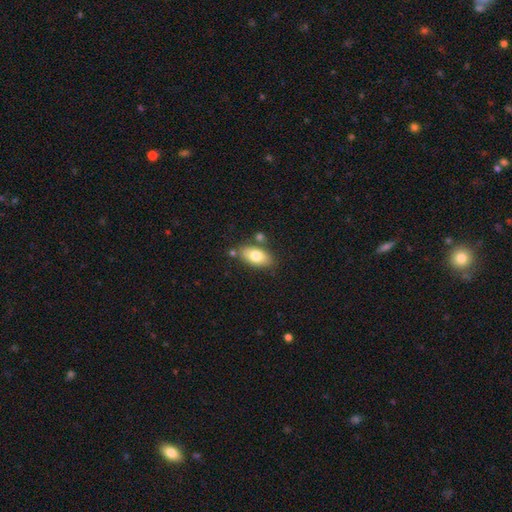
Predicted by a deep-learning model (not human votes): Overall: smooth (76%). How rounded: in between (91%). Merging: none (74%).